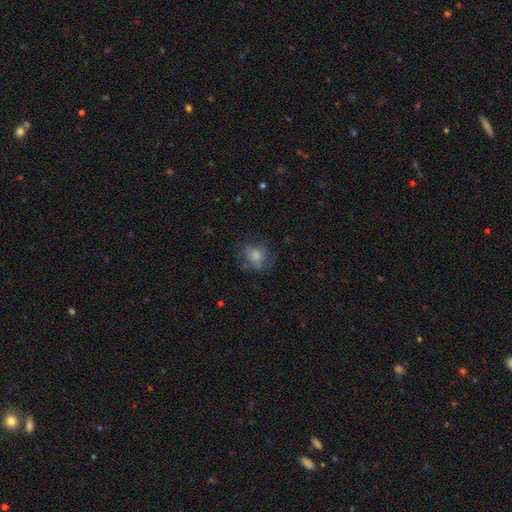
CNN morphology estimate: This appears to be a smooth galaxy with no disk features (75%) that is round (72%). Merging: none (63%).